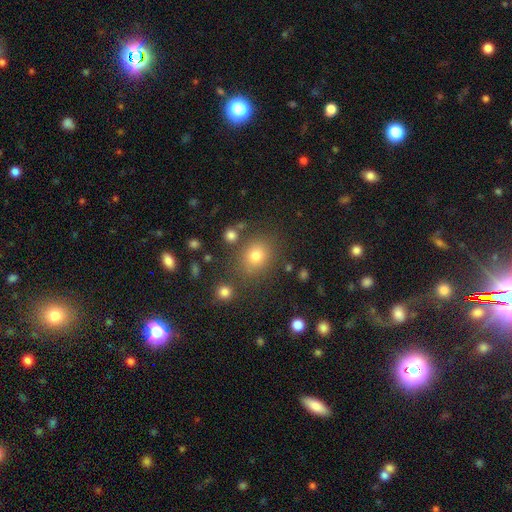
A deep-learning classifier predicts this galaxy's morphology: The model was most divided on "how rounded": round: 66%, in between: 32%, cigar-shaped: 1%. More confident: merging — none (79%); smooth or featured — smooth (75%).